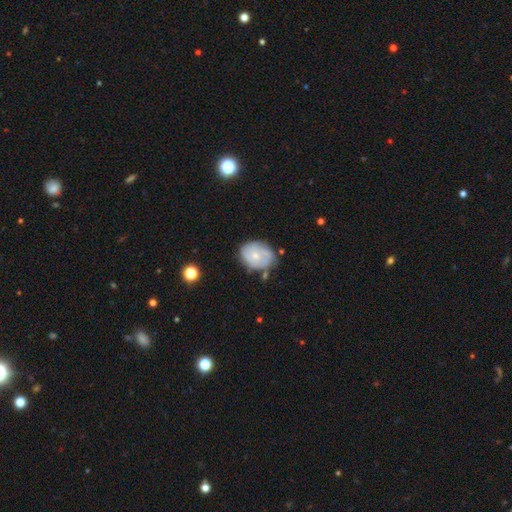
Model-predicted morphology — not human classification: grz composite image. It shows a featured or disk galaxy (59%) with no bar (78%), spiral arms (76%) and a small central bulge (62%). Merging: none (66%).